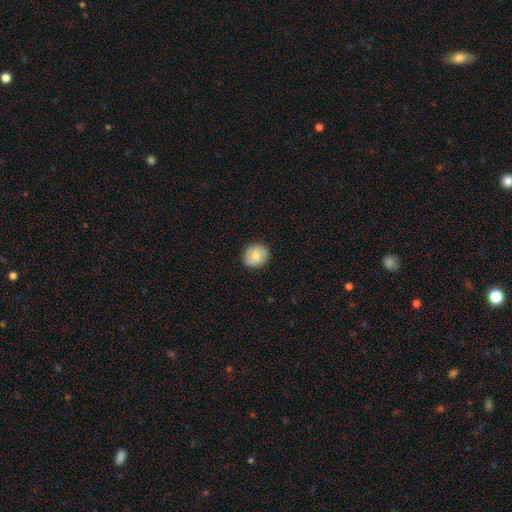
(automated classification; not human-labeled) Overall: smooth (74%). How rounded: round (79%). Merging: none (87%).